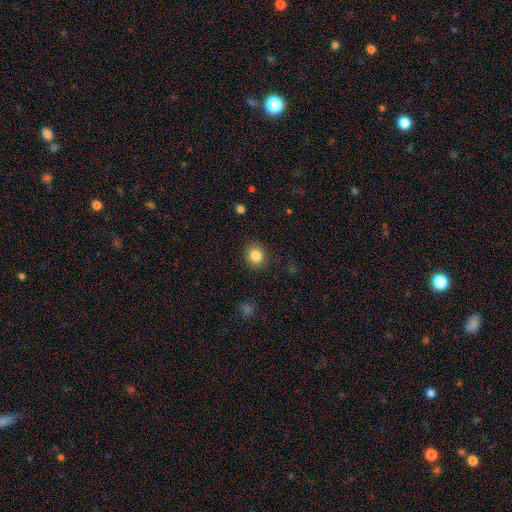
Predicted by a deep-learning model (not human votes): The model was most divided on "how rounded": round: 76%, in between: 23%, cigar-shaped: 1%. More confident: merging — none (88%); smooth or featured — smooth (84%).